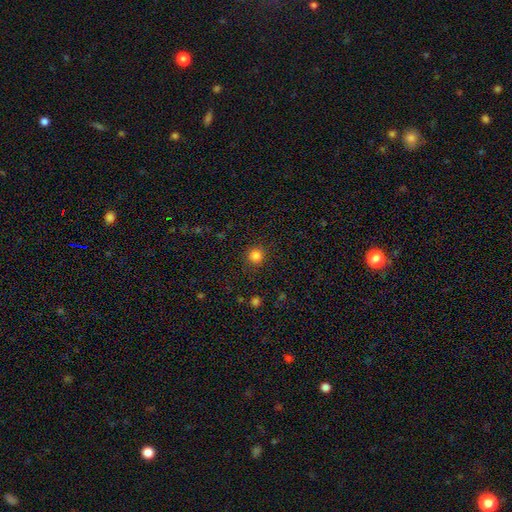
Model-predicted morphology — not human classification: A smooth galaxy with no disk features (83%) that is round (92%).

Vote fractions:
- Smooth or featured? smooth: 83% / star or artifact: 13% / featured or disk: 4%
- How rounded? round: 92% / in between: 7% / cigar-shaped: 1%
- Merging? none: 88% / minor disturbance: 7% / major disturbance: 3% / merger: 1%